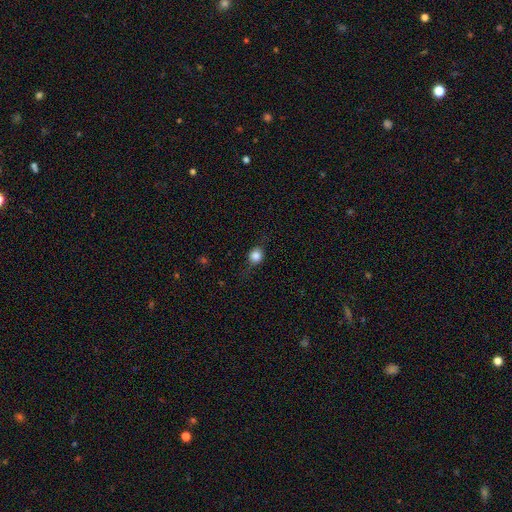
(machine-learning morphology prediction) Smooth or featured? Predicted: smooth (p=0.76). How rounded? Predicted: round (p=0.76). Merging? Predicted: none (p=0.75).